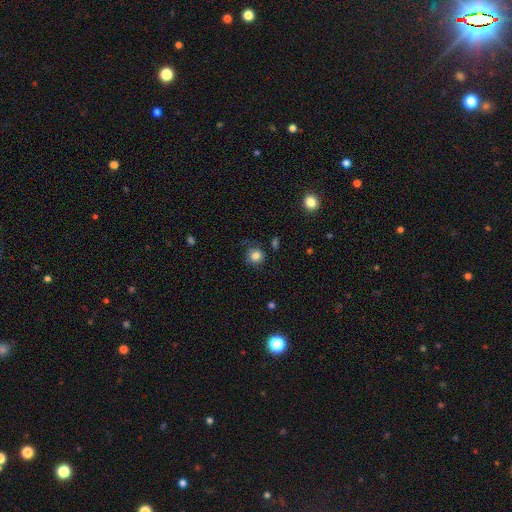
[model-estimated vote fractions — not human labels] smooth-or-featured: smooth: 82% | star or artifact: 11% | featured or disk: 7%
  how-rounded: round: 87% | in between: 12% | cigar-shaped: 1%
  merging: none: 70% | minor disturbance: 19% | major disturbance: 8% | merger: 3%